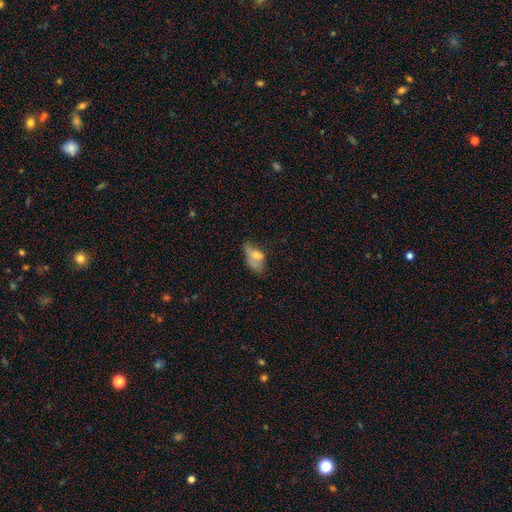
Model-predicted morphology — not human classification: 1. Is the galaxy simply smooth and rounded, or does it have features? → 60% smooth, 30% featured or disk, 10% star or artifact.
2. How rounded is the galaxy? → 86% in between, 8% round, 5% cigar-shaped.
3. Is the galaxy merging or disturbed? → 32% minor disturbance, 31% none, 29% major disturbance, 9% merger.